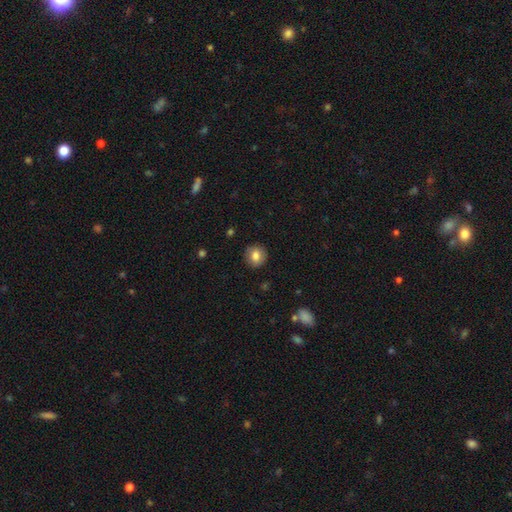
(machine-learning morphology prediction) smooth-or-featured: smooth: 81% | featured or disk: 10% | star or artifact: 9%
  how-rounded: round: 85% | in between: 14% | cigar-shaped: 1%
  merging: none: 89% | minor disturbance: 8% | major disturbance: 2% | merger: 1%